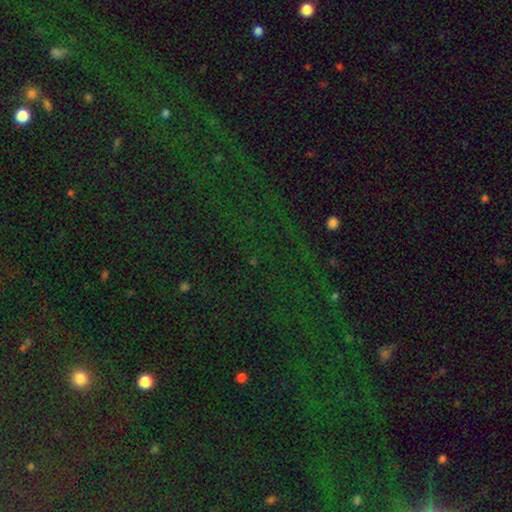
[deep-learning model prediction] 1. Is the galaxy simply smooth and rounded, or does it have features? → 79% star or artifact, 13% smooth, 9% featured or disk.